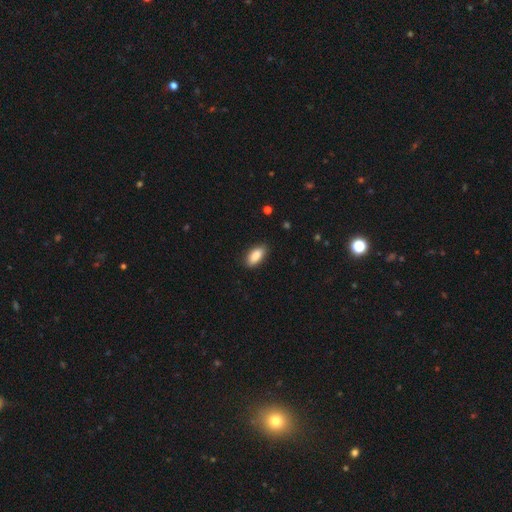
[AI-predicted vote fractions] Overall: smooth (88%). How rounded: in between (87%). Merging: none (87%).